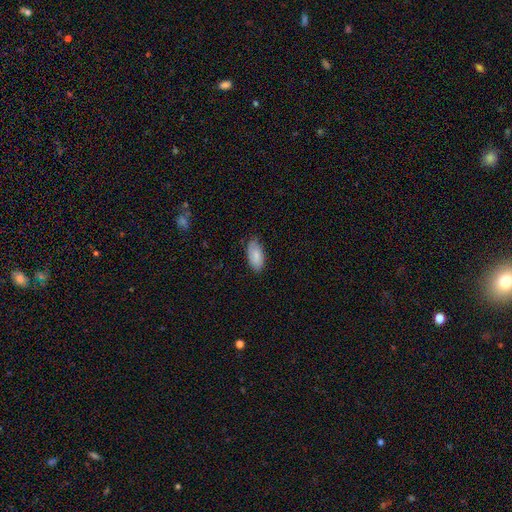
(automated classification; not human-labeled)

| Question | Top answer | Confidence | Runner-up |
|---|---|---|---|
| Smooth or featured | smooth | 81% | featured or disk (13%) |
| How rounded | in between | 93% | cigar-shaped (5%) |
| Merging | none | 76% | minor disturbance (20%) |